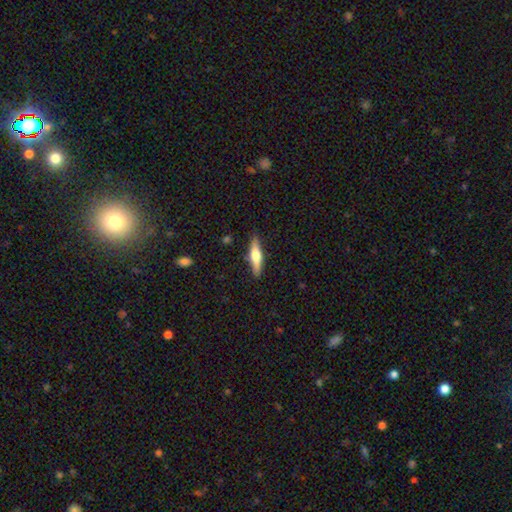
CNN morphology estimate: A featured or disk galaxy (48%). Merging: none (86%).